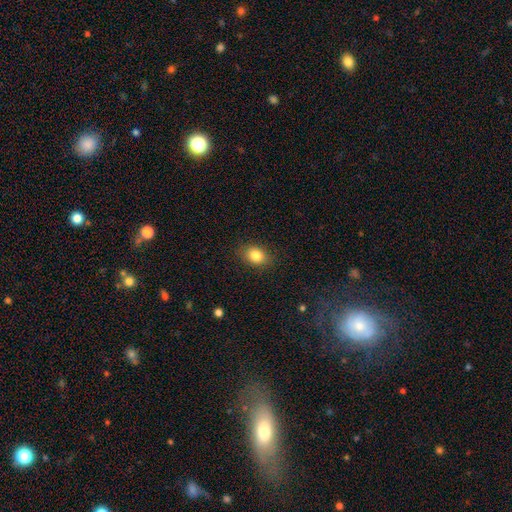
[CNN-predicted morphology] This appears to be a smooth galaxy with no disk features (82%) that is in between round and cigar-shaped (61%). Merging: none (87%).